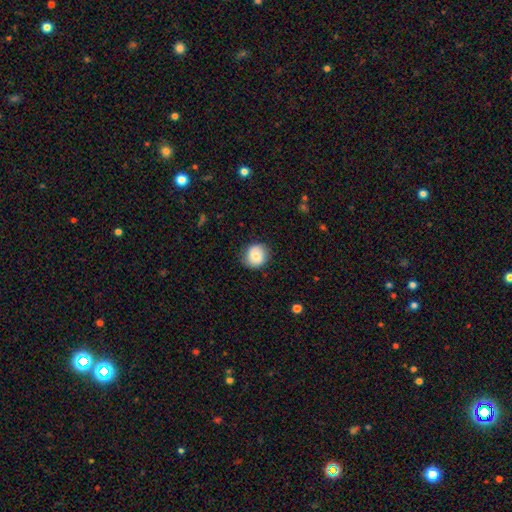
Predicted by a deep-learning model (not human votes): A smooth galaxy with no disk features (71%) that is round (85%).

Vote fractions:
- Smooth or featured? smooth: 71% / featured or disk: 22% / star or artifact: 8%
- How rounded? round: 85% / in between: 14% / cigar-shaped: 1%
- Merging? none: 82% / minor disturbance: 14% / major disturbance: 4% / merger: 1%